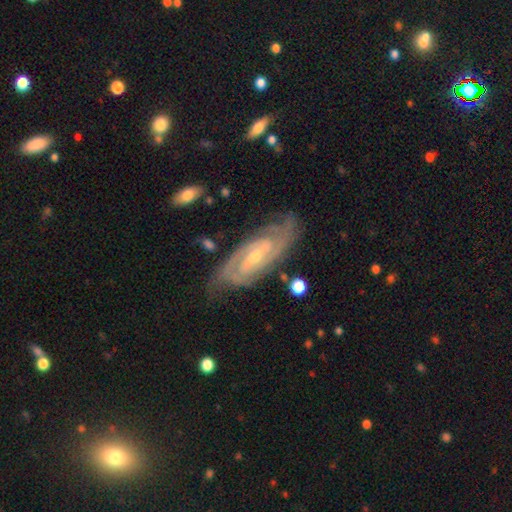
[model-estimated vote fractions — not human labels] featured or disk 91%, smooth 5%, star or artifact 5%. Down the decision tree: edge-on disk — no (93%); bar — no (43%); spiral arms — yes (98%); spiral arm count — 2 (57%); spiral winding — tight (64%); bulge size — small (58%); merging — none (74%).